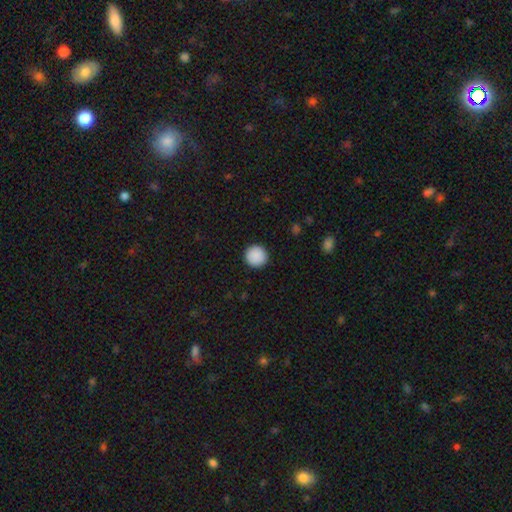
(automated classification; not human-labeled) A smooth galaxy with no disk features (90%) that is round (96%). Merging: none (93%).